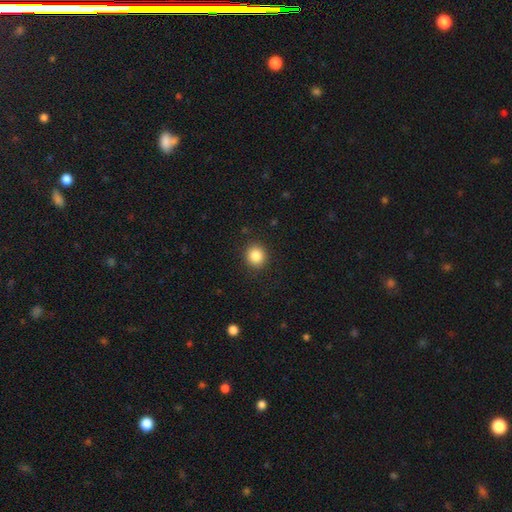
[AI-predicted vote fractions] Smooth or featured?
  - smooth: 85% *
  - star or artifact: 10%
  - featured or disk: 5%
How rounded?
  - round: 89% *
  - in between: 10%
  - cigar-shaped: 1%
Merging?
  - none: 91% *
  - minor disturbance: 6%
  - major disturbance: 2%
  - merger: 1%